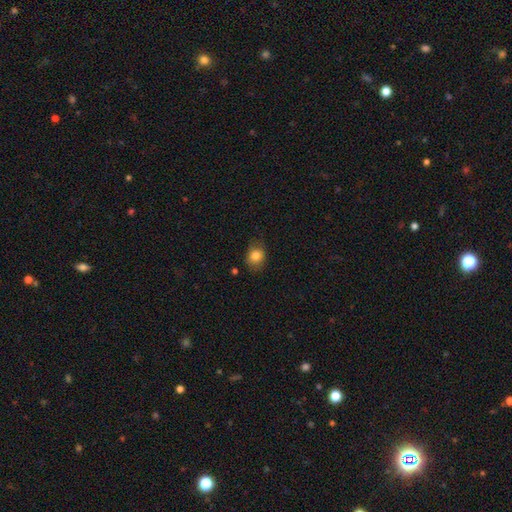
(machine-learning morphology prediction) Smooth or featured: smooth — 82% (star or artifact — 10%)
How rounded: round — 52% (in between — 47%)
Merging: none — 75% (minor disturbance — 19%)